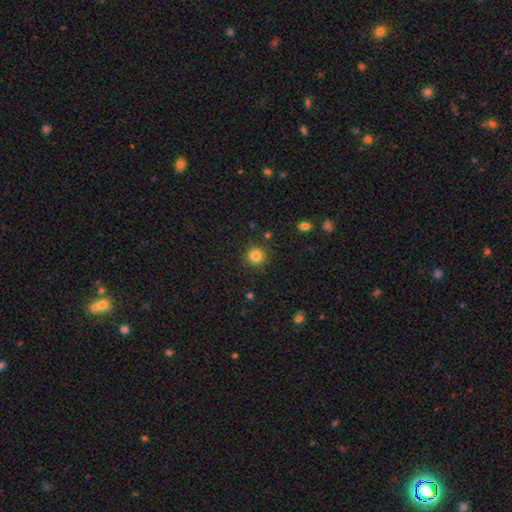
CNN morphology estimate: smooth 83%, star or artifact 12%, featured or disk 5%. Down the decision tree: how rounded — round (94%); merging — none (89%).